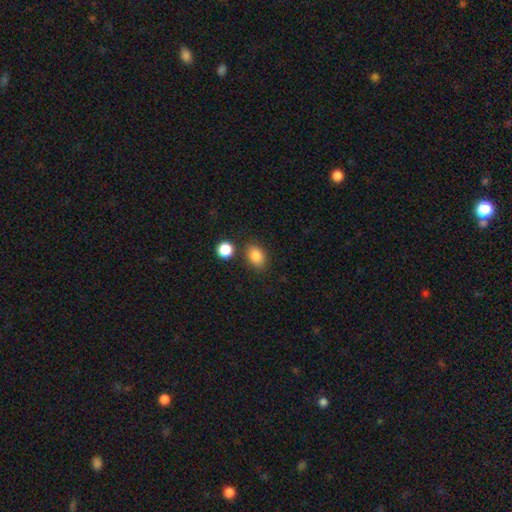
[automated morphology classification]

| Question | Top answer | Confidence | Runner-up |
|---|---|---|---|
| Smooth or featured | smooth | 86% | star or artifact (10%) |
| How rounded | in between | 76% | round (22%) |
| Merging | none | 78% | minor disturbance (12%) |